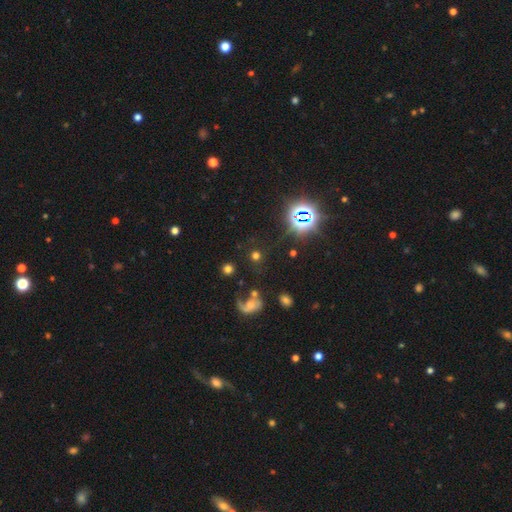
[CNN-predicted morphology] This appears to be a smooth galaxy with no disk features (55%) that is round (90%). Merging: none (71%).